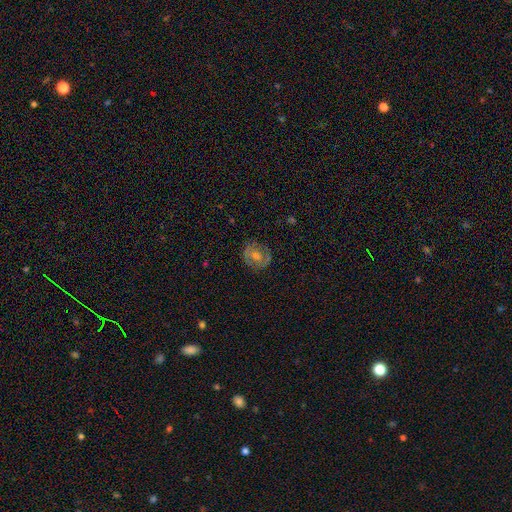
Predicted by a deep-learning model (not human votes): Overall: featured or disk (55%; smooth 36%). Edge-on disk: no (96%). Bar: no (63%; weak 29%). Spiral arms: no (51%; yes 49%). Bulge size: moderate (68%). Merging: none (81%).